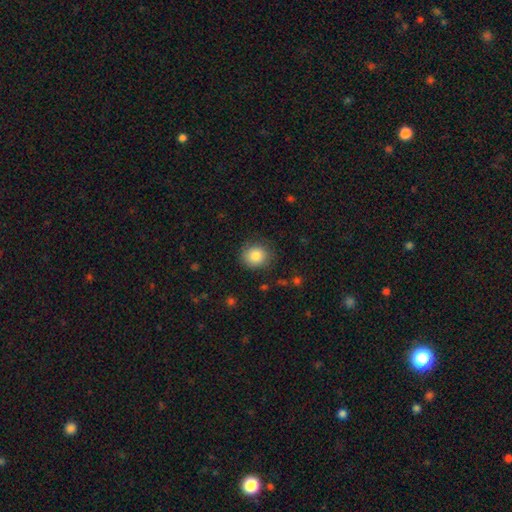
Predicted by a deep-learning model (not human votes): smooth-or-featured: smooth: 84% | star or artifact: 9% | featured or disk: 7%
  how-rounded: round: 81% | in between: 18% | cigar-shaped: 1%
  merging: none: 85% | minor disturbance: 11% | major disturbance: 3% | merger: 1%